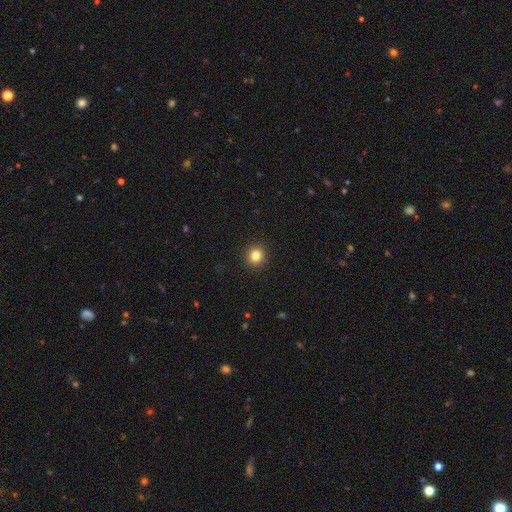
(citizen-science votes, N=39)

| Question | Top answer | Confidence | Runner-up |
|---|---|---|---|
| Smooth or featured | smooth | 82% | star or artifact (10%) |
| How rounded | round | 75% | in between (25%) |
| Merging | none | 91% | major disturbance (6%) |